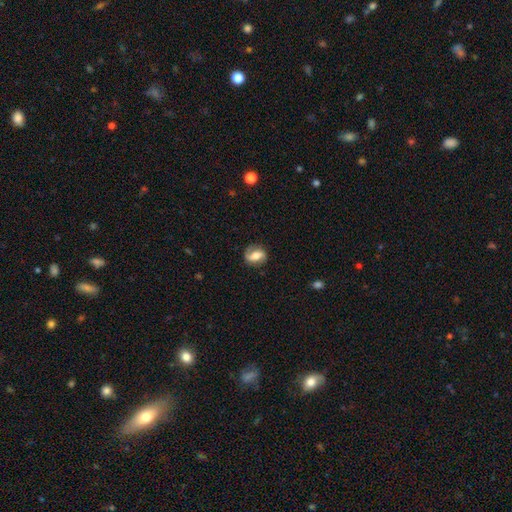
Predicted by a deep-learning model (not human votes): Overall: featured or disk (56%; smooth 36%). Edge-on disk: no (94%). Bar: weak (36%; strong 34%). Spiral arms: yes (83%). Bulge size: moderate (55%; large 20%). Merging: none (77%).